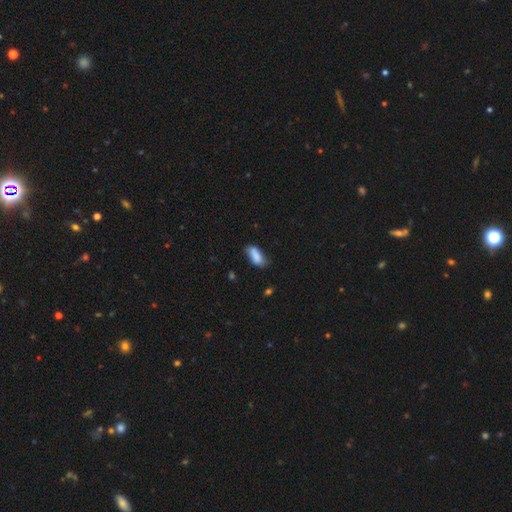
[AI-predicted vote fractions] Morphology: type=smooth (85%); roundness=in between (85%); merging=none (63%).